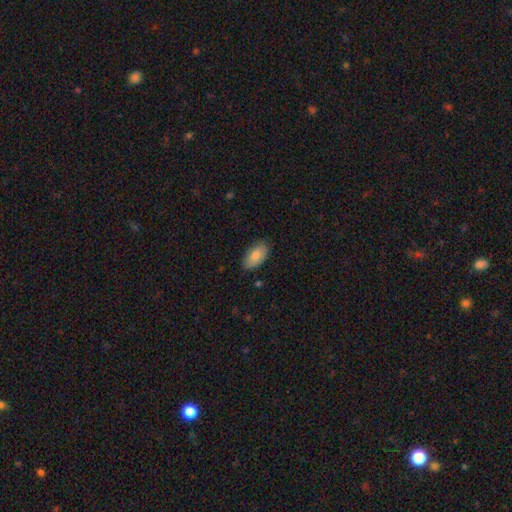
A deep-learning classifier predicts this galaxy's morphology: Smooth or featured?
  - smooth: 85% *
  - featured or disk: 9%
  - star or artifact: 6%
How rounded?
  - in between: 93% *
  - cigar-shaped: 4%
  - round: 3%
Merging?
  - none: 84% *
  - minor disturbance: 13%
  - major disturbance: 2%
  - merger: 1%